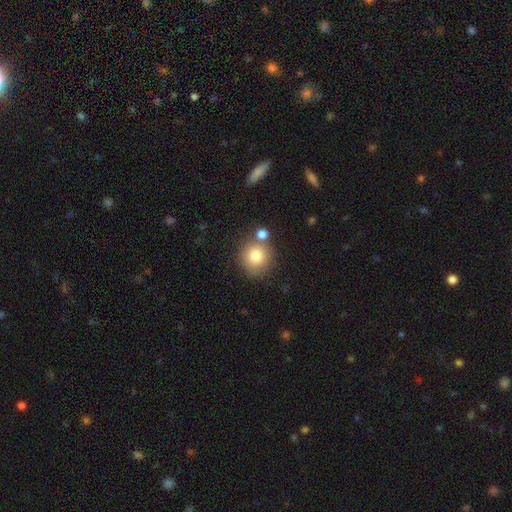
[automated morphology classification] Overall: smooth (80%). How rounded: round (89%). Merging: none (69%).